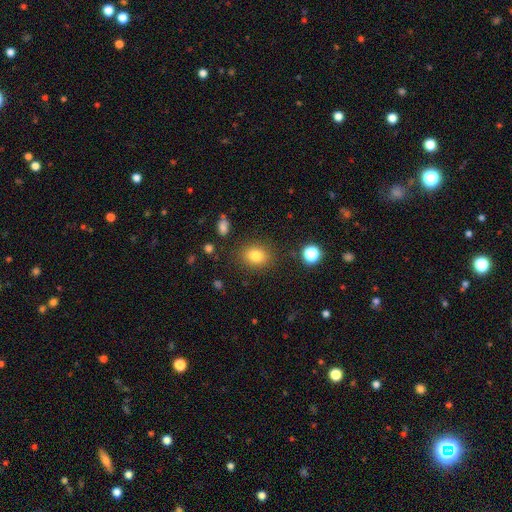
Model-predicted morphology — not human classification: Smooth or featured? Predicted: smooth (p=0.81). How rounded? Predicted: in between (p=0.52). Merging? Predicted: none (p=0.84).